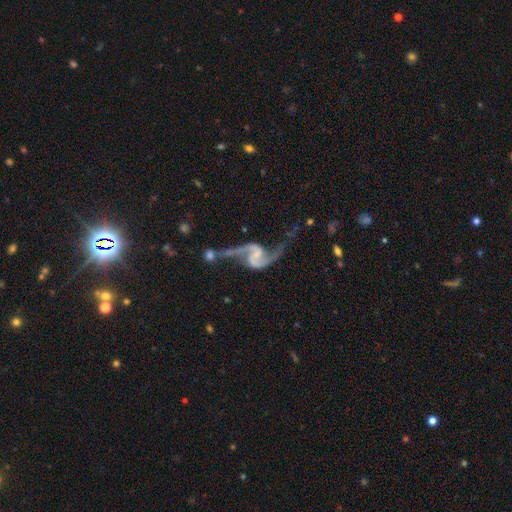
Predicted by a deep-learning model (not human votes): Smooth or featured? featured or disk (91%)
Edge-on disk? no (98%)
Bar? weak (45%)
Spiral arms? yes (97%)
Spiral winding? loose (81%)
Spiral arm count? 2 (94%)
Bulge size? none (46%)
Merging? none (47%)